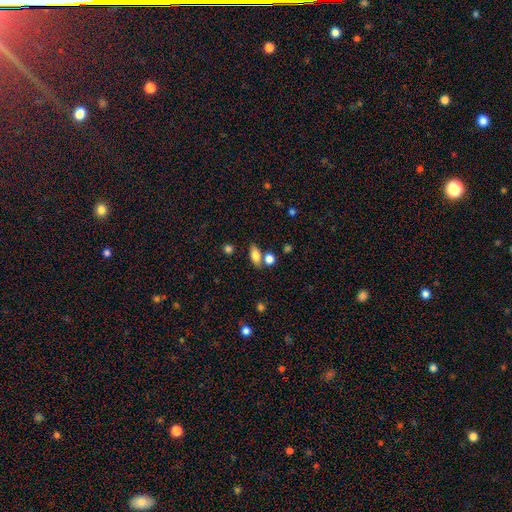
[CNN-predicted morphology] Smooth or featured? smooth (74%)
How rounded? in between (78%)
Merging? none (67%)